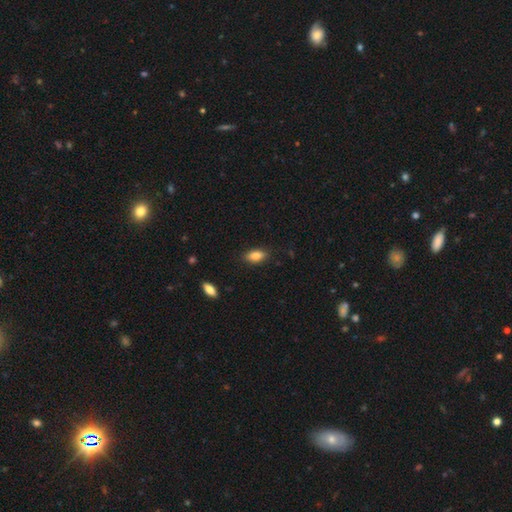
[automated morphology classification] type=smooth (81%); roundness=in between (86%); merging=none (85%).